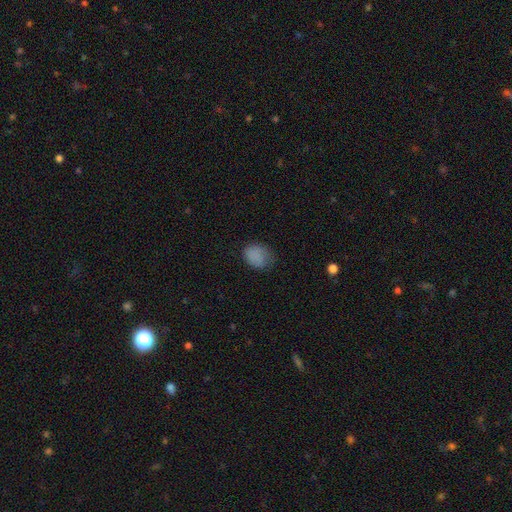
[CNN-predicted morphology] This is clearly a smooth galaxy (84%). How rounded: possibly in between (56%). Merging: possibly none (59%).